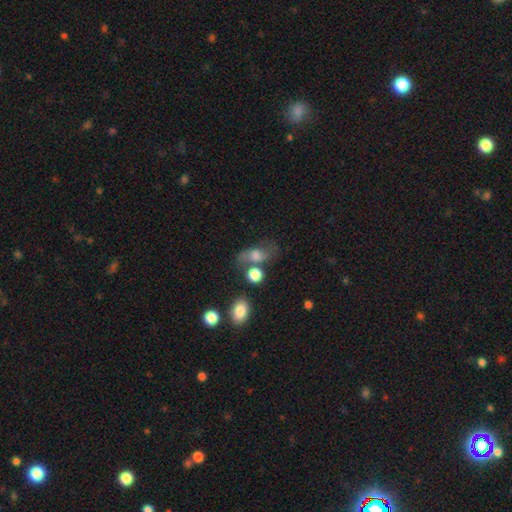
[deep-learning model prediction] Smooth or featured? smooth (61%)
How rounded? in between (67%)
Merging? none (52%)